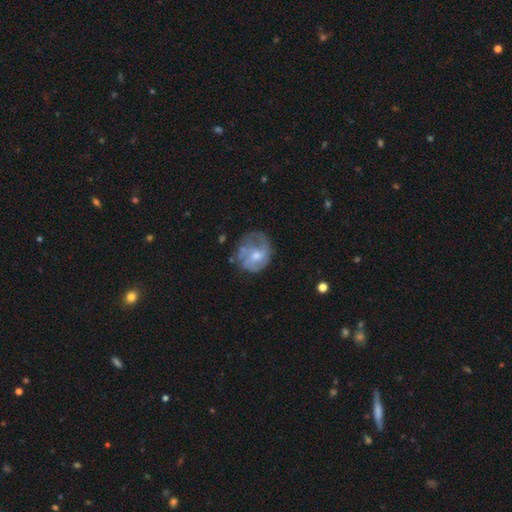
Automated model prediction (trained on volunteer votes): Q: Smooth or featured?
A: featured or disk (68%); runner-up: smooth (25%)
Q: Edge-on disk?
A: no (98%); runner-up: yes (2%)
Q: Bar?
A: no (63%); runner-up: weak (32%)
Q: Spiral arms?
A: yes (74%); runner-up: no (26%)
Q: Bulge size?
A: moderate (54%); runner-up: small (39%)
Q: Merging?
A: none (53%); runner-up: minor disturbance (25%)